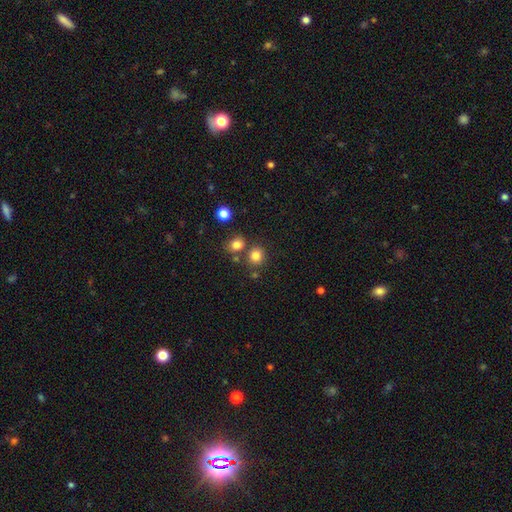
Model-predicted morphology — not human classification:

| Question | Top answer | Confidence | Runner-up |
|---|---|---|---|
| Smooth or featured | smooth | 80% | star or artifact (14%) |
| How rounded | round | 85% | in between (14%) |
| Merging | none | 73% | merger (16%) |